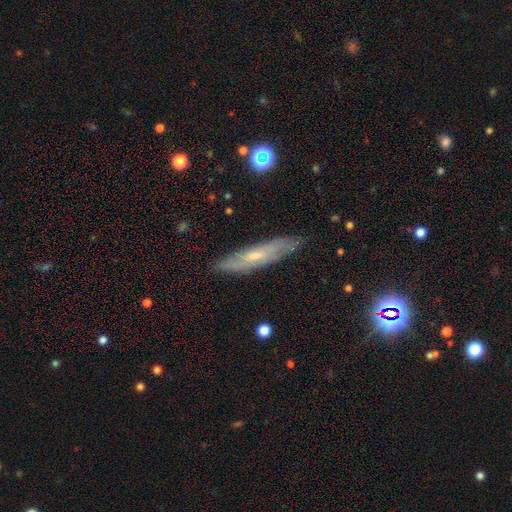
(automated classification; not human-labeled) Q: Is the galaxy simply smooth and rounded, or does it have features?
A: featured or disk — 54%.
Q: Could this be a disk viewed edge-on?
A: yes — 63%.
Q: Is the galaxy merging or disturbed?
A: none — 82%.